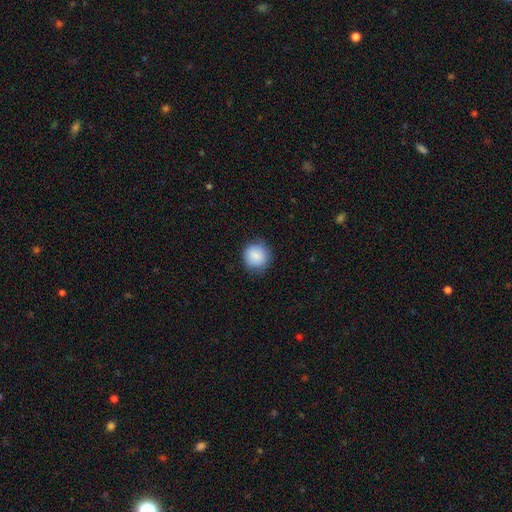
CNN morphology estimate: A smooth galaxy with no disk features (87%) that is round (92%).

Vote fractions:
- Smooth or featured? smooth: 87% / star or artifact: 8% / featured or disk: 5%
- How rounded? round: 92% / in between: 7% / cigar-shaped: 1%
- Merging? none: 86% / minor disturbance: 10% / major disturbance: 3% / merger: 1%